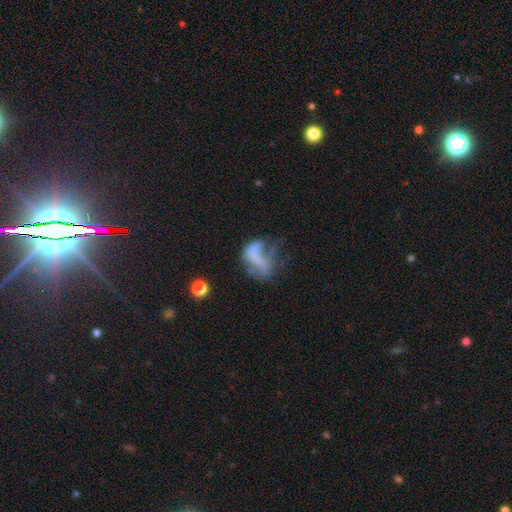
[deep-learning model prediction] Smooth or featured? featured or disk (46%)
Merging? major disturbance (51%)